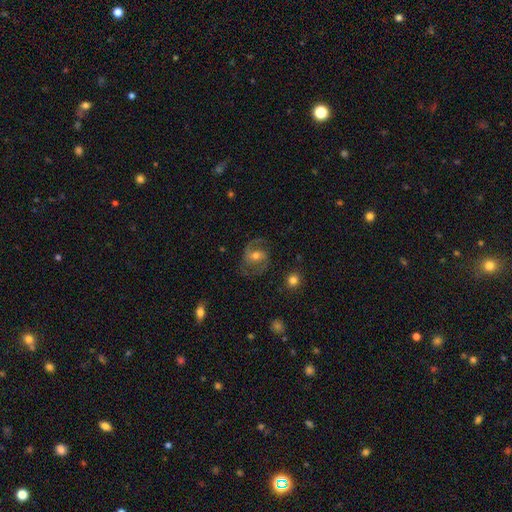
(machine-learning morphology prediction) A featured or disk galaxy (83%) with a weak bar (44%), 2 (89%) medium (58%) spiral arms (95%) and a moderate central bulge (63%).

Vote fractions:
- Smooth or featured? featured or disk: 83% / smooth: 10% / star or artifact: 7%
- Edge-on disk? no: 97% / yes: 3%
- Bar? weak: 44% / no: 38% / strong: 19%
- Spiral arms? yes: 95% / no: 5%
- Spiral winding? medium: 58% / loose: 23% / tight: 18%
- Spiral arm count? 2: 89% / can't tell: 4% / 1: 3% / 3: 2% / 4: 1% / more than 4: 1%
- Bulge size? moderate: 63% / small: 29% / large: 5% / none: 2% / dominant: 1%
- Merging? none: 73% / minor disturbance: 15% / major disturbance: 10% / merger: 2%